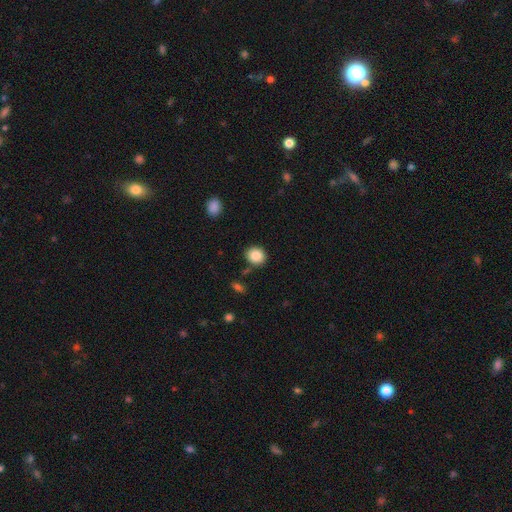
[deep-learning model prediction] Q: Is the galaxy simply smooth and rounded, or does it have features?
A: smooth — 87%.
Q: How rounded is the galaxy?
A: round — 74%.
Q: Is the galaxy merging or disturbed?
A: none — 84%.